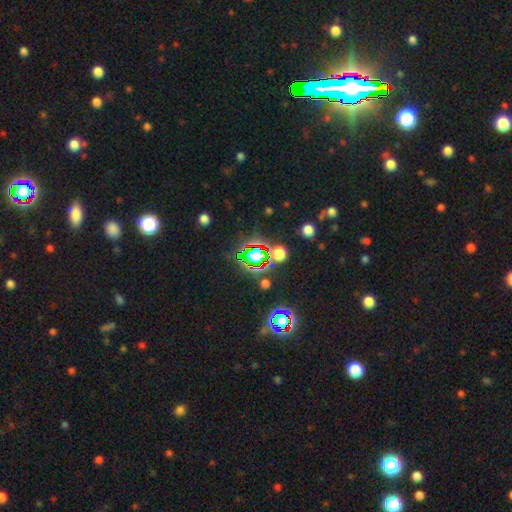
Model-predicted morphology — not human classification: Smooth or featured? Predicted: star or artifact (p=0.68).